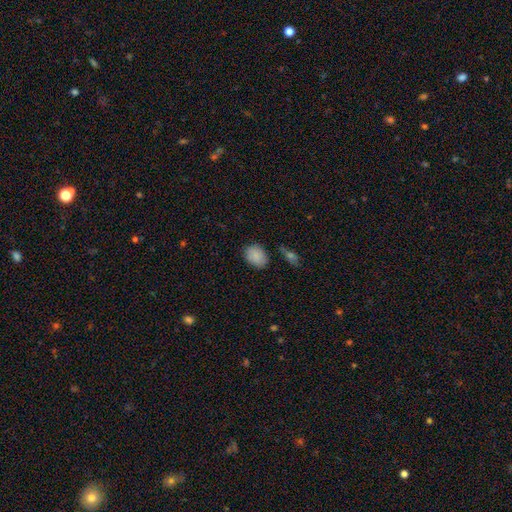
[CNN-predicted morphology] A smooth galaxy with no disk features (85%) that is in between round and cigar-shaped (69%). Merging: none (77%).